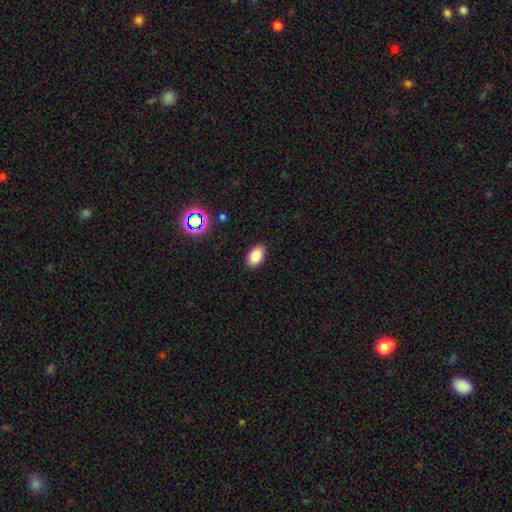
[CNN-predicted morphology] Smooth or featured? smooth (85%)
How rounded? in between (90%)
Merging? none (88%)